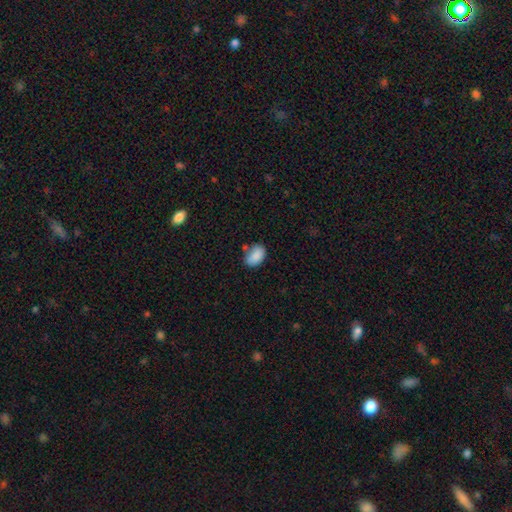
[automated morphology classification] smooth 87%, star or artifact 8%, featured or disk 5%. Down the decision tree: how rounded — in between (87%); merging — none (64%).